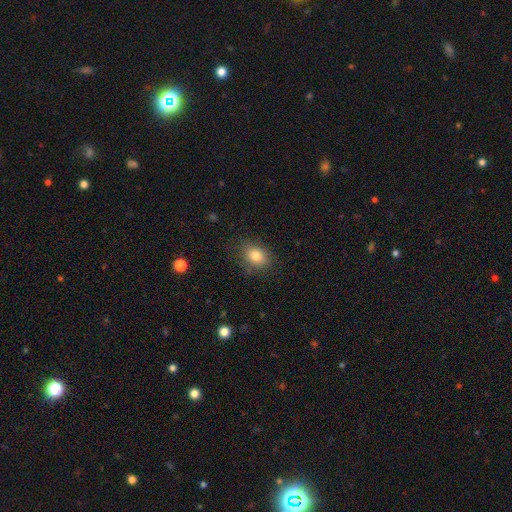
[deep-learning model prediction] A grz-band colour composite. It shows a smooth galaxy with no disk features (81%) that is in between round and cigar-shaped (60%). Merging: none (79%).